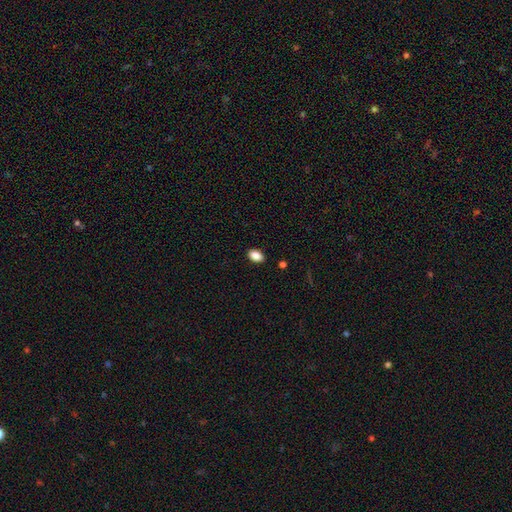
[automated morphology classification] Overall: smooth (87%). How rounded: in between (90%). Merging: none (88%).